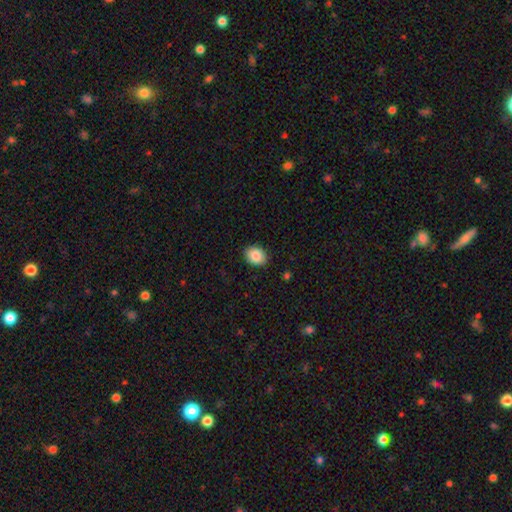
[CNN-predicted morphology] Overall: smooth (88%). How rounded: in between (65%; round 34%). Merging: none (88%).